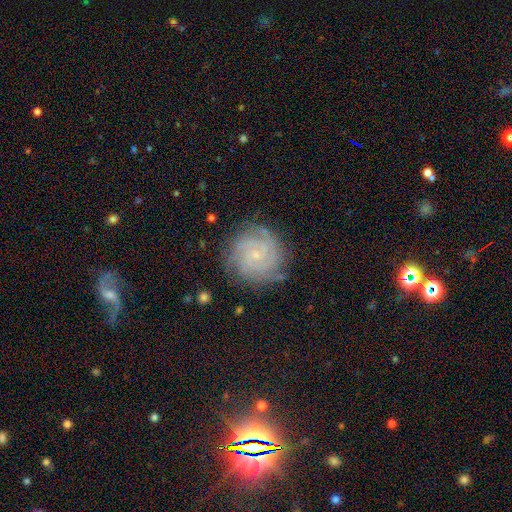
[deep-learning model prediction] smooth_or_featured: featured or disk (p=0.85) [alt: smooth p=0.09]
disk_edge_on: no (p=0.98) [alt: yes p=0.02]
bar: no (p=0.71) [alt: weak p=0.24]
has_spiral_arms: yes (p=0.98) [alt: no p=0.02]
spiral_winding: tight (p=0.80) [alt: medium p=0.17]
spiral_arm_count: 3 (p=0.29) [alt: 2 p=0.25]
bulge_size: small (p=0.82) [alt: moderate p=0.12]
merging: none (p=0.81) [alt: minor disturbance p=0.14]